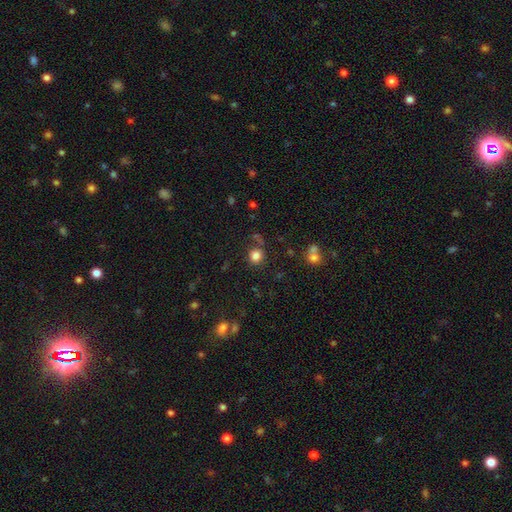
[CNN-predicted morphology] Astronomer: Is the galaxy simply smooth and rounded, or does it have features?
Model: smooth — 82%.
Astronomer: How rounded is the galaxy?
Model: round — 86%.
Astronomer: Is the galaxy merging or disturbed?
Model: none — 78%.